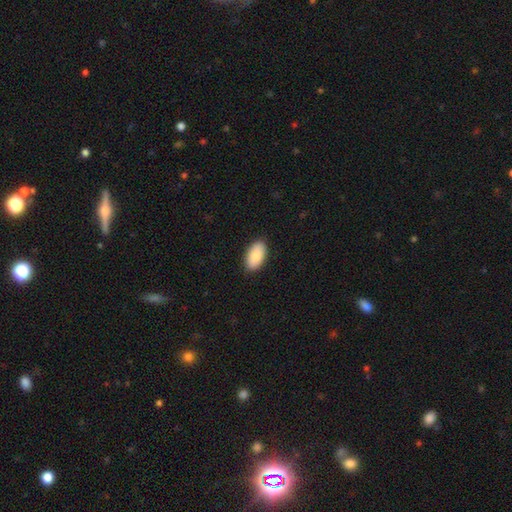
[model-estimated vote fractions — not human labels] Overall: smooth (86%). How rounded: in between (95%). Merging: none (89%).